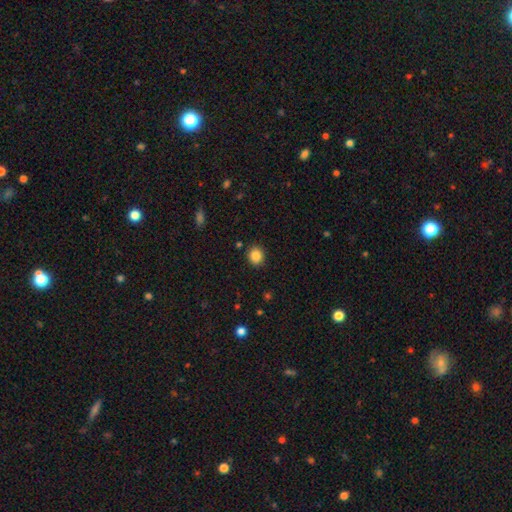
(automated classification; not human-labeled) Q: Smooth or featured?
A: smooth (86%); runner-up: star or artifact (10%)
Q: How rounded?
A: round (76%); runner-up: in between (24%)
Q: Merging?
A: none (89%); runner-up: minor disturbance (8%)